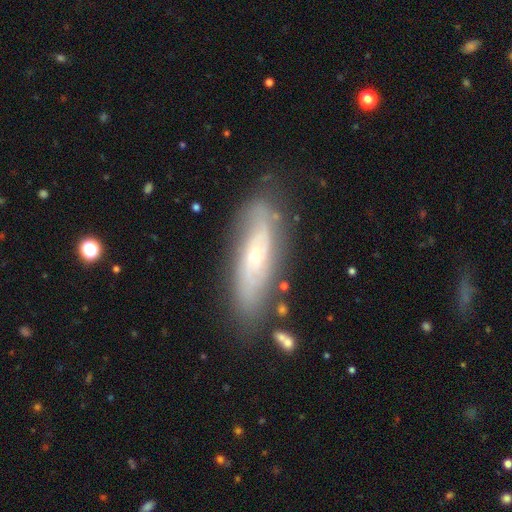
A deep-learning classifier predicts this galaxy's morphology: Smooth or featured? featured or disk (66%)
Edge-on disk? no (73%)
Merging? none (76%)